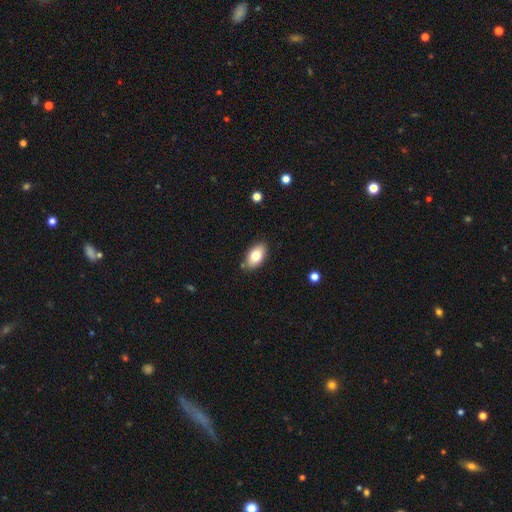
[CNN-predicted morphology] smooth 78%, featured or disk 15%, star or artifact 7%. Down the decision tree: how rounded — in between (92%); merging — none (85%).